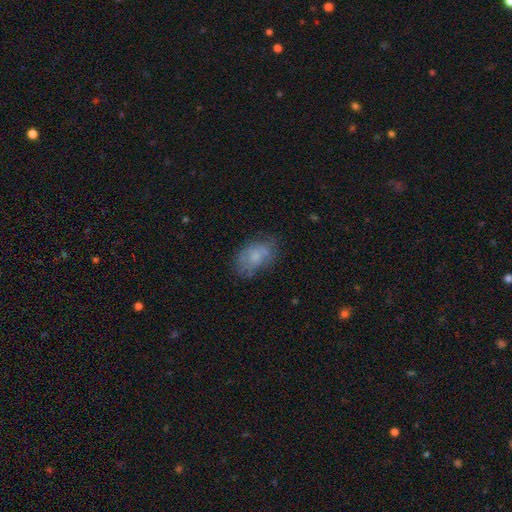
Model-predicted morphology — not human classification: smooth-or-featured: smooth: 57% | featured or disk: 34% | star or artifact: 9%
  how-rounded: in between: 86% | round: 13% | cigar-shaped: 2%
  merging: none: 59% | minor disturbance: 26% | major disturbance: 12% | merger: 3%